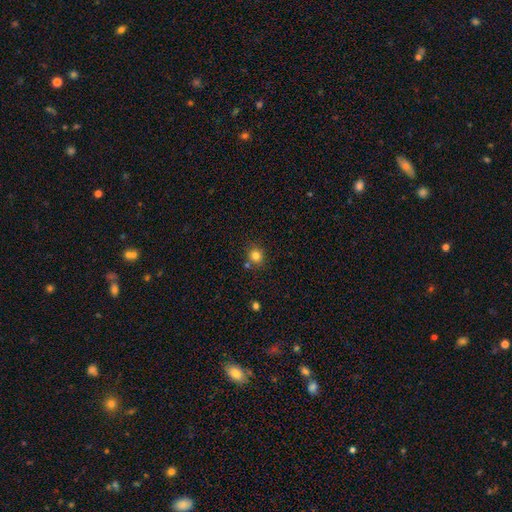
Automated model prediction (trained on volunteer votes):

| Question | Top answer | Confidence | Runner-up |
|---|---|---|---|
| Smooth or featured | smooth | 82% | star or artifact (12%) |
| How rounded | round | 84% | in between (15%) |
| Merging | none | 77% | minor disturbance (11%) |